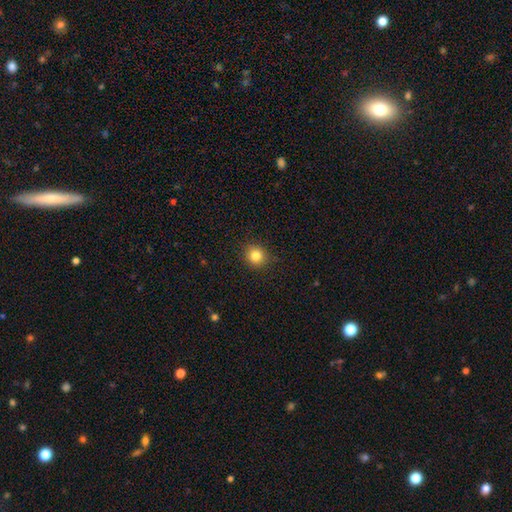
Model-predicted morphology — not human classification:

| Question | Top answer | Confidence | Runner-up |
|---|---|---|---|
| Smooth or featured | smooth | 82% | star or artifact (12%) |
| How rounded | round | 89% | in between (10%) |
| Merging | none | 90% | minor disturbance (7%) |